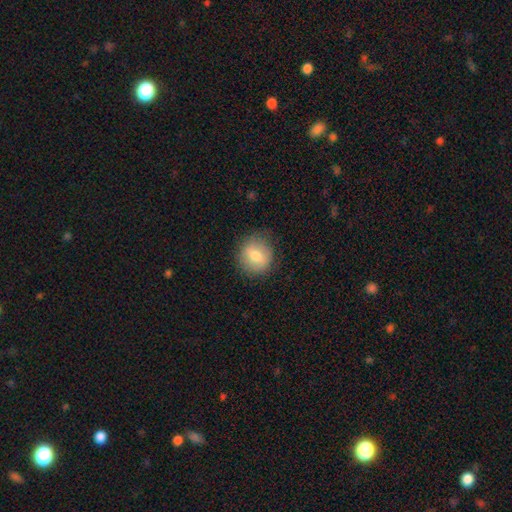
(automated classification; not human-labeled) A smooth galaxy with no disk features (74%) that is round (86%).

Vote fractions:
- Smooth or featured? smooth: 74% / featured or disk: 19% / star or artifact: 8%
- How rounded? round: 86% / in between: 13% / cigar-shaped: 1%
- Merging? none: 82% / minor disturbance: 13% / major disturbance: 4% / merger: 1%